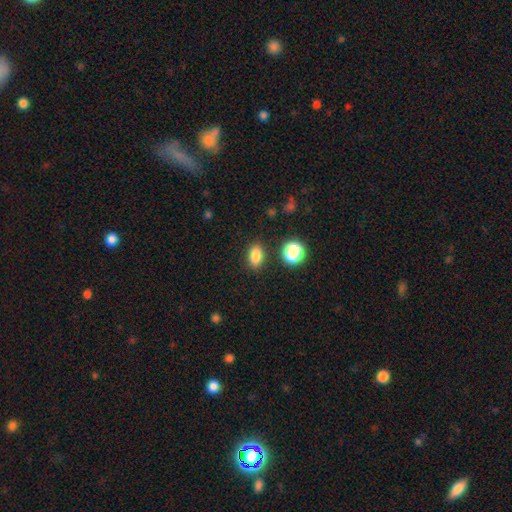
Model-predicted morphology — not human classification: smooth-or-featured: smooth: 83% | star or artifact: 11% | featured or disk: 6%
  how-rounded: in between: 79% | round: 18% | cigar-shaped: 2%
  merging: none: 86% | minor disturbance: 9% | merger: 3% | major disturbance: 3%